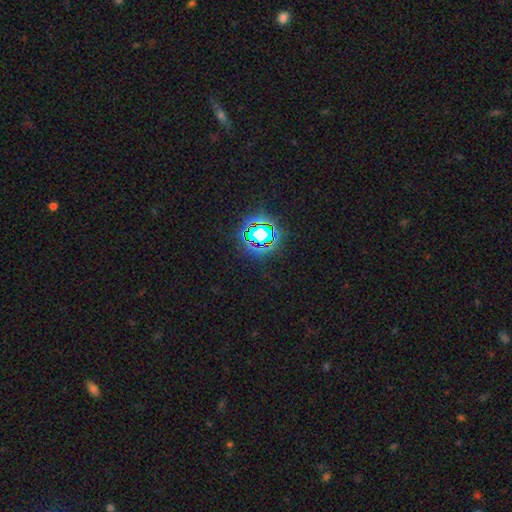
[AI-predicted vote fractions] The model was most divided on "smooth or featured": star or artifact: 76%, smooth: 17%, featured or disk: 7%.